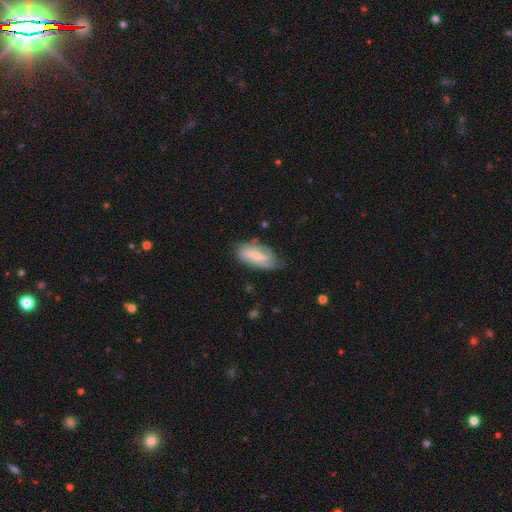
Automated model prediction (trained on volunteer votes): Q: Smooth or featured?
A: featured or disk (52%); runner-up: smooth (42%)
Q: Edge-on disk?
A: no (89%); runner-up: yes (11%)
Q: Merging?
A: none (63%); runner-up: minor disturbance (27%)